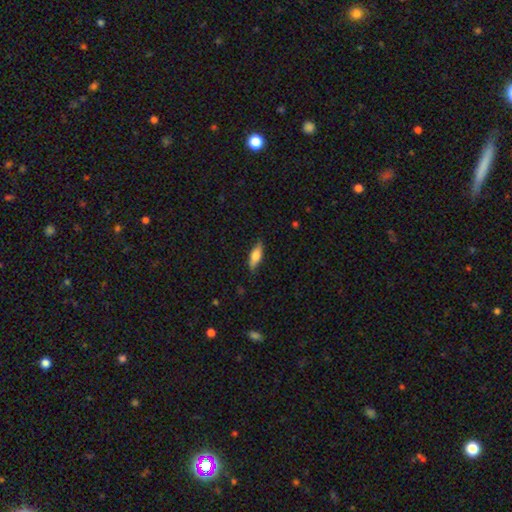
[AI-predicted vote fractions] The model was most divided on "how rounded": in between: 57%, cigar-shaped: 40%, round: 2%. More confident: merging — none (83%); smooth or featured — smooth (67%).